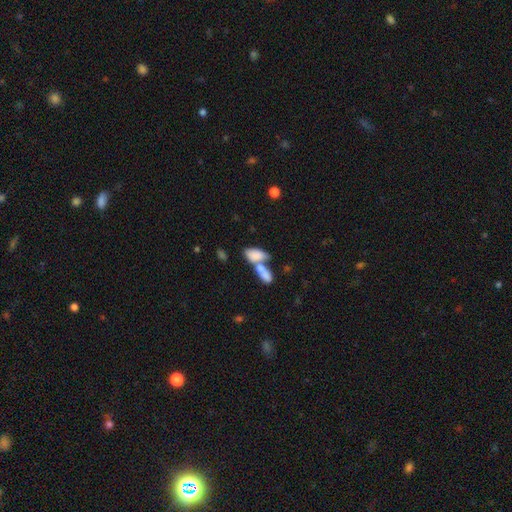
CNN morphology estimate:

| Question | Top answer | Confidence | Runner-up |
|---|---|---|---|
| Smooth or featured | smooth | 79% | featured or disk (15%) |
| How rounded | in between | 89% | cigar-shaped (7%) |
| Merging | merger | 67% | none (20%) |